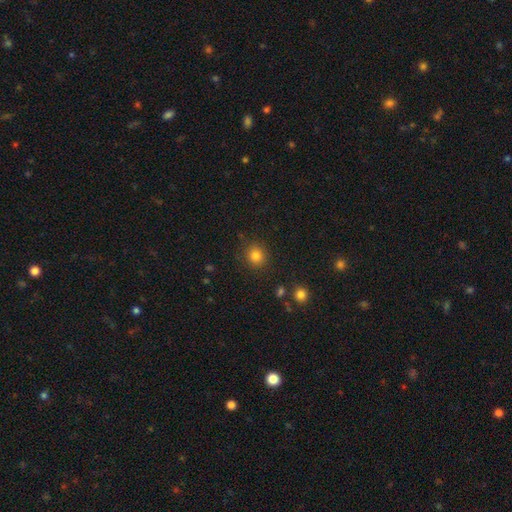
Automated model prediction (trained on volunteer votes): smooth 82%, star or artifact 12%, featured or disk 5%. Down the decision tree: how rounded — round (87%); merging — none (88%).